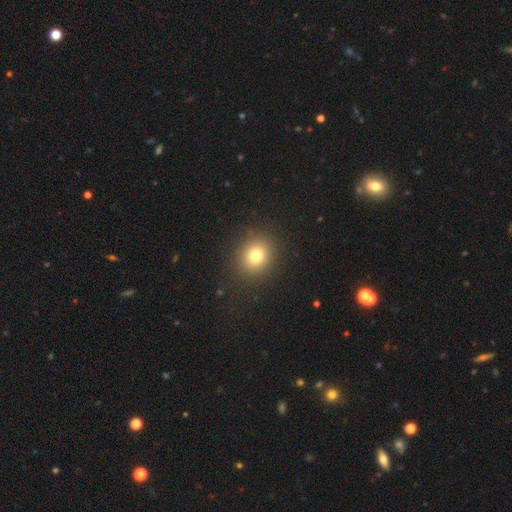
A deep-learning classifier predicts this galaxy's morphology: The model was most divided on "how rounded": round: 75%, in between: 24%, cigar-shaped: 1%. More confident: merging — none (89%); smooth or featured — smooth (77%).